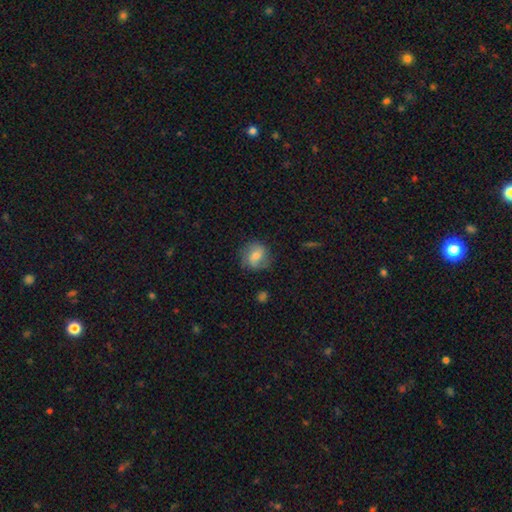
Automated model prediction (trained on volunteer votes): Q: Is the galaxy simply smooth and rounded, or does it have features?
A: smooth — 60%.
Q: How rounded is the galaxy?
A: round — 80%.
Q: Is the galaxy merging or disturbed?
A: none — 73%.